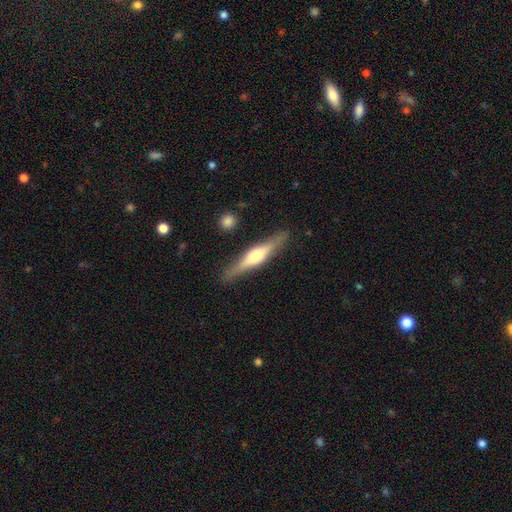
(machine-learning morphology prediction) A featured or disk galaxy (70%) viewed edge-on (97%) with a rounded central bulge (79%). Merging: none (88%).